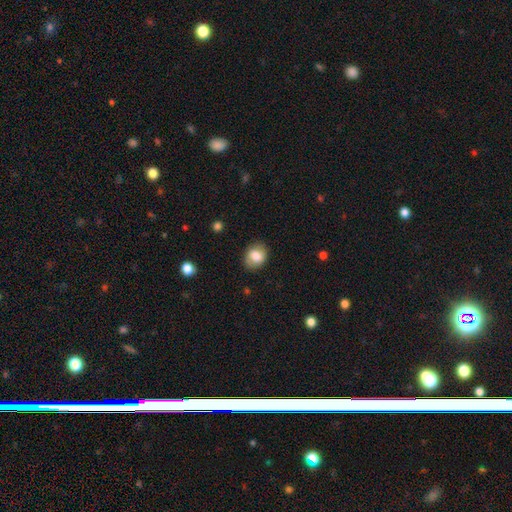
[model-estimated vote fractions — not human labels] Smooth or featured?
  - smooth: 74% *
  - featured or disk: 18%
  - star or artifact: 8%
How rounded?
  - in between: 59% *
  - round: 40%
  - cigar-shaped: 1%
Merging?
  - none: 82% *
  - minor disturbance: 13%
  - major disturbance: 4%
  - merger: 1%